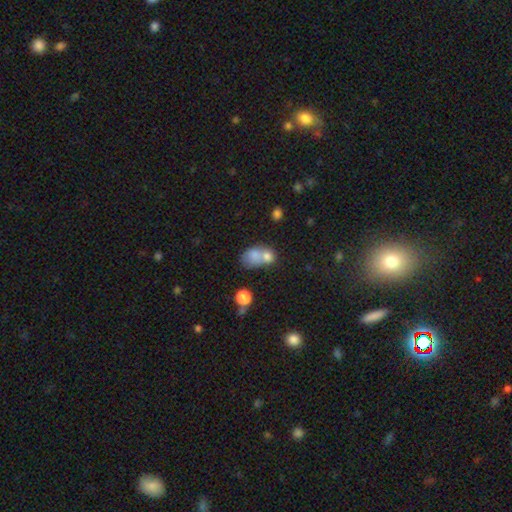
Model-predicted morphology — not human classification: Smooth or featured?
  - smooth: 72% *
  - featured or disk: 17%
  - star or artifact: 11%
How rounded?
  - in between: 59% *
  - round: 40%
  - cigar-shaped: 1%
Merging?
  - merger: 62% *
  - none: 23%
  - minor disturbance: 9%
  - major disturbance: 6%